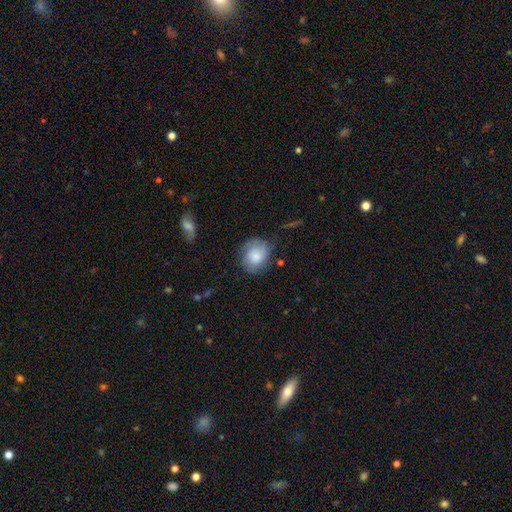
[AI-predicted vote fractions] smooth_or_featured: smooth (p=0.63) [alt: featured or disk p=0.29]
how_rounded: round (p=0.65) [alt: in between p=0.34]
merging: none (p=0.64) [alt: minor disturbance p=0.25]